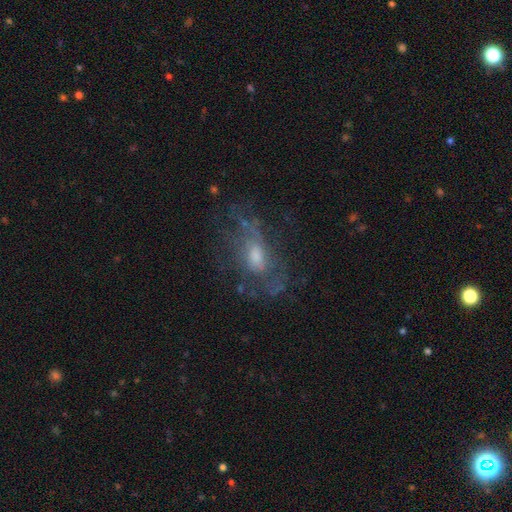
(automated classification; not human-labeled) Q: Smooth or featured?
A: featured or disk (62%); runner-up: smooth (26%)
Q: Edge-on disk?
A: no (92%); runner-up: yes (8%)
Q: Bar?
A: no (63%); runner-up: weak (32%)
Q: Spiral arms?
A: yes (57%); runner-up: no (43%)
Q: Bulge size?
A: moderate (52%); runner-up: small (29%)
Q: Merging?
A: none (52%); runner-up: major disturbance (25%)